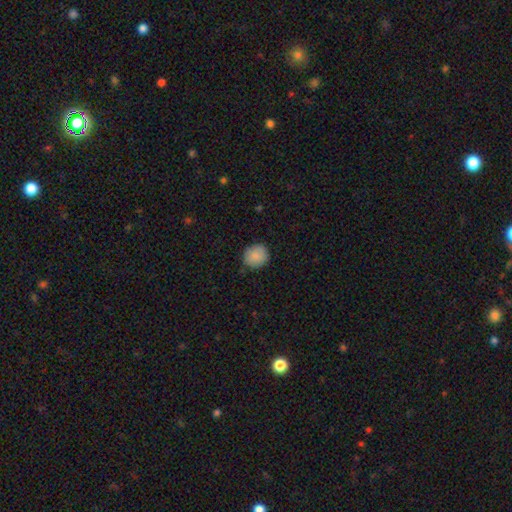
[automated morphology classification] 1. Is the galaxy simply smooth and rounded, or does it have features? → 88% smooth, 7% star or artifact, 4% featured or disk.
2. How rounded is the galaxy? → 83% round, 16% in between, 1% cigar-shaped.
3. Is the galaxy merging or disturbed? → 86% none, 10% minor disturbance, 2% major disturbance, 1% merger.